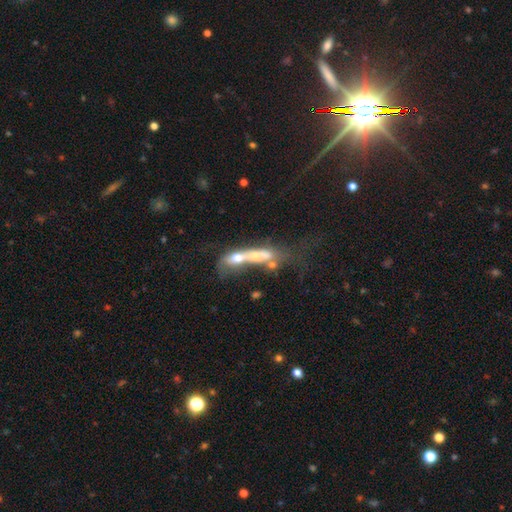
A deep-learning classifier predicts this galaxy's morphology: A featured or disk galaxy (52%).

Vote fractions:
- Smooth or featured? featured or disk: 52% / smooth: 35% / star or artifact: 13%
- Edge-on disk? no: 61% / yes: 39%
- Merging? merger: 60% / major disturbance: 17% / none: 15% / minor disturbance: 9%